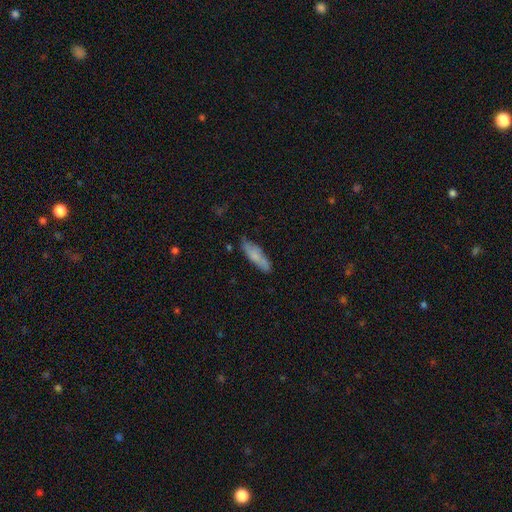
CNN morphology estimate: A smooth galaxy with no disk features (71%) that is cigar-shaped (63%). Merging: none (75%).